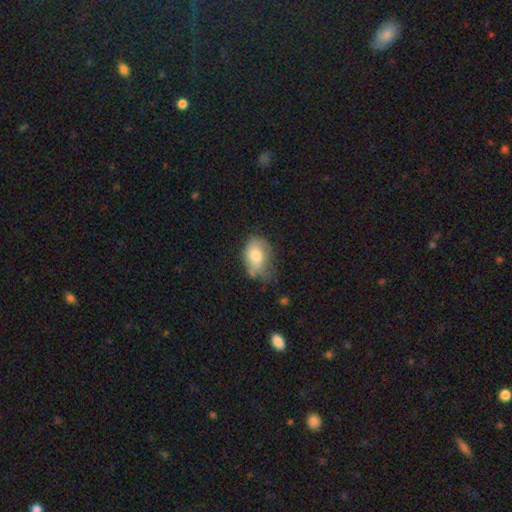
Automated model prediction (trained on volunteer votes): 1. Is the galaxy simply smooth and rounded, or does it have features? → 70% smooth, 22% featured or disk, 8% star or artifact.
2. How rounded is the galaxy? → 81% in between, 17% round, 1% cigar-shaped.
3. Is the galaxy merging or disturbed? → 40% none, 39% minor disturbance, 17% major disturbance, 4% merger.